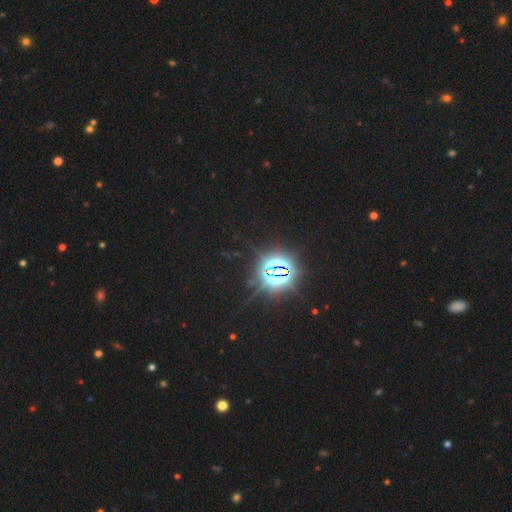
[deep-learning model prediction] Smooth or featured: star or artifact — 80% (smooth — 15%)